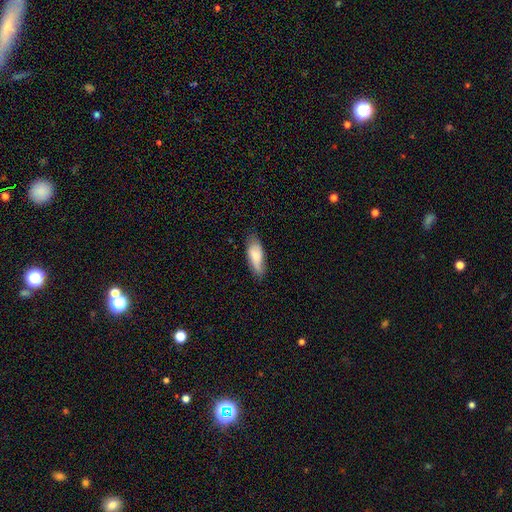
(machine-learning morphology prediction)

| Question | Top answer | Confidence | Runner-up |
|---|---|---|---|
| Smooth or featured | smooth | 75% | featured or disk (18%) |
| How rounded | in between | 72% | cigar-shaped (26%) |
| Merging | none | 66% | minor disturbance (27%) |